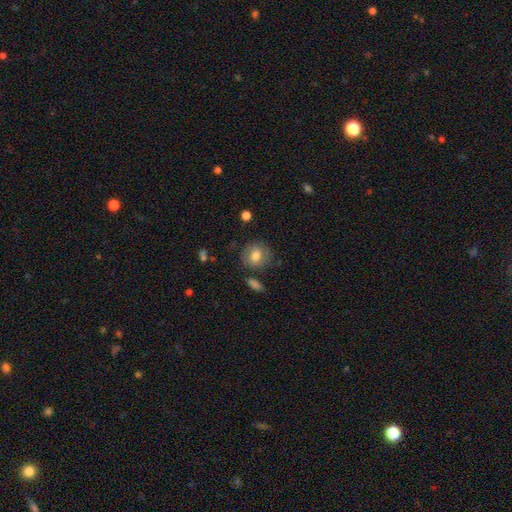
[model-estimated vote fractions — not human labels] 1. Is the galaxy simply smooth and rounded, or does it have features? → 73% smooth, 19% featured or disk, 8% star or artifact.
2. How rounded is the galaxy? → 75% round, 23% in between, 1% cigar-shaped.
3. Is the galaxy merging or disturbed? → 77% none, 15% minor disturbance, 5% major disturbance, 4% merger.